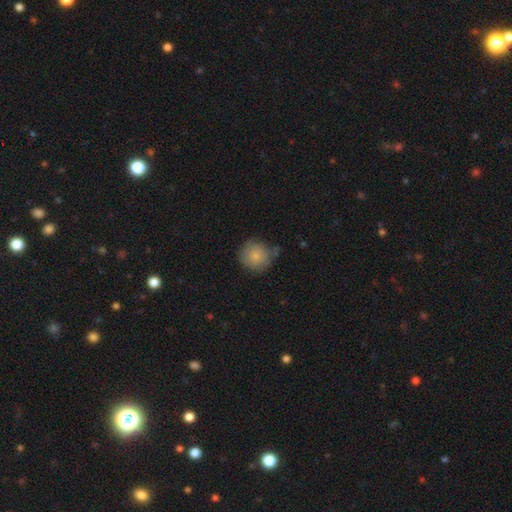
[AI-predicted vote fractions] Smooth or featured: smooth — 83% (featured or disk — 10%)
How rounded: round — 93% (in between — 6%)
Merging: none — 70% (minor disturbance — 21%)